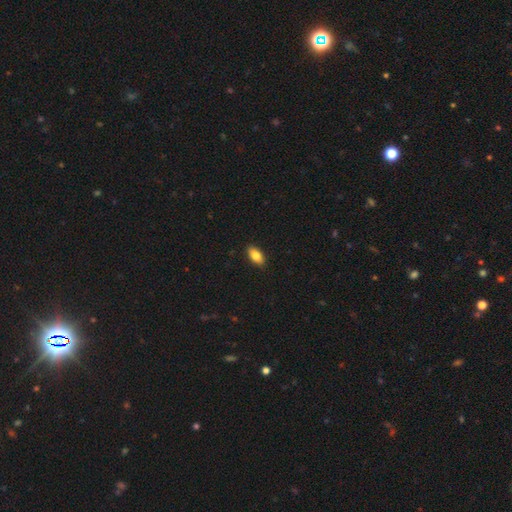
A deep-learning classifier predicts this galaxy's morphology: Overall: smooth (82%). How rounded: in between (91%). Merging: none (89%).